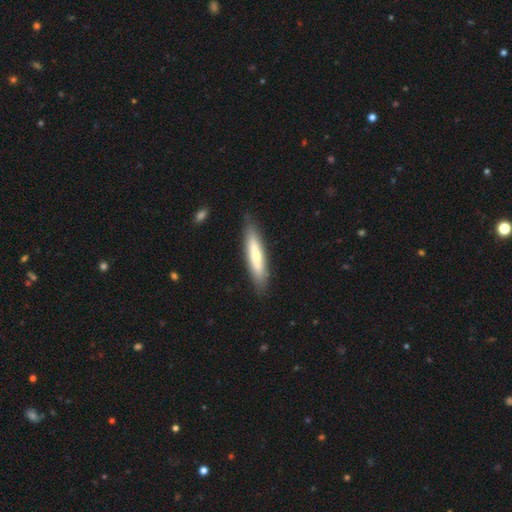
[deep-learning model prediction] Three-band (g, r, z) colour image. It shows a smooth galaxy with no disk features (60%) that is cigar-shaped (82%). Merging: none (85%).